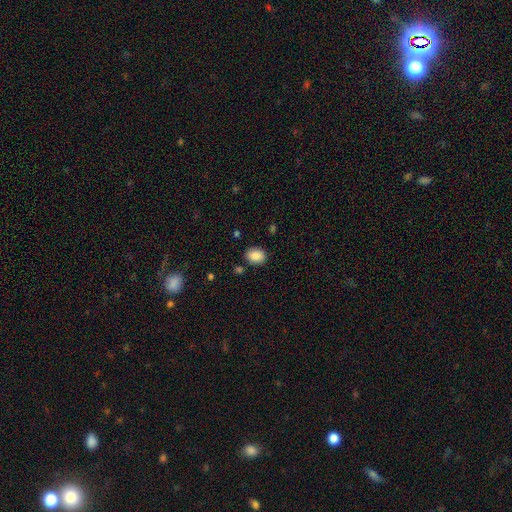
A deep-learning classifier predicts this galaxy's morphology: Smooth or featured: smooth — 87% (star or artifact — 9%)
How rounded: in between — 56% (round — 43%)
Merging: none — 85% (minor disturbance — 10%)